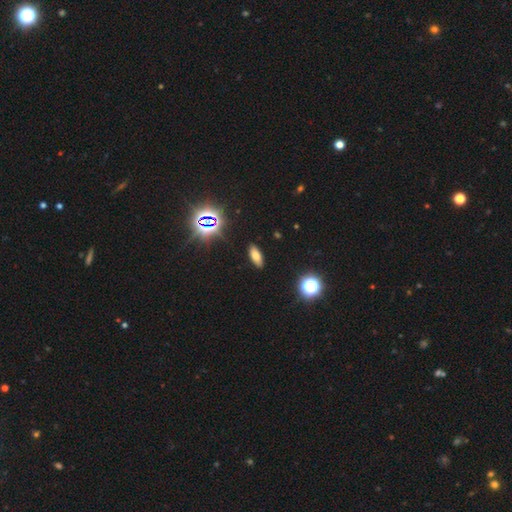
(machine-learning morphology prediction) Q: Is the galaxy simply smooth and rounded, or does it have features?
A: smooth — 66%.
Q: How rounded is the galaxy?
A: in between — 76%.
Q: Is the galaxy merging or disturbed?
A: none — 88%.